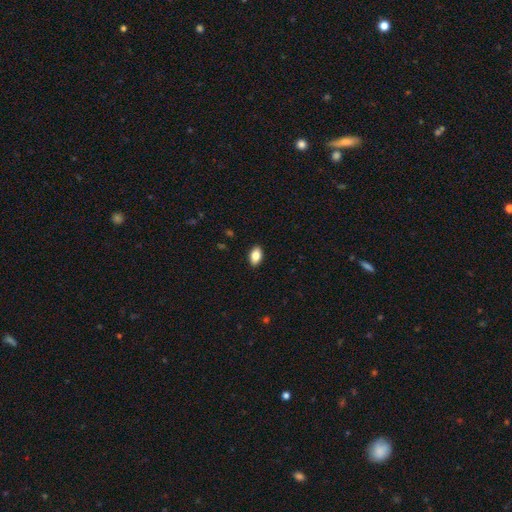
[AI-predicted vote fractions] smooth_or_featured: smooth (p=0.85) [alt: featured or disk p=0.08]
how_rounded: in between (p=0.91) [alt: round p=0.06]
merging: none (p=0.90) [alt: minor disturbance p=0.07]